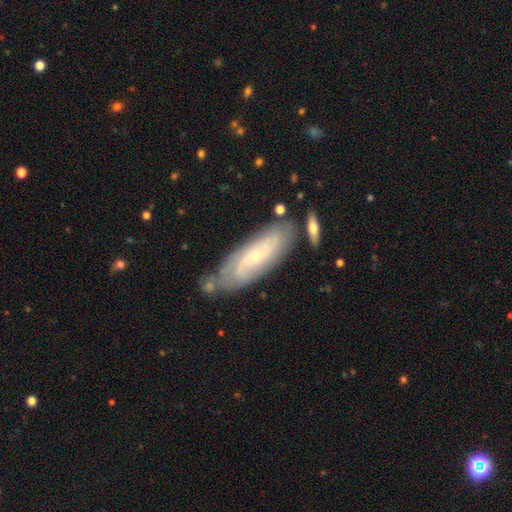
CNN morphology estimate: Q: Smooth or featured?
A: featured or disk (63%); runner-up: smooth (30%)
Q: Edge-on disk?
A: no (83%); runner-up: yes (17%)
Q: Bar?
A: no (70%); runner-up: weak (25%)
Q: Spiral arms?
A: yes (84%); runner-up: no (16%)
Q: Bulge size?
A: small (78%); runner-up: moderate (18%)
Q: Merging?
A: none (64%); runner-up: minor disturbance (21%)